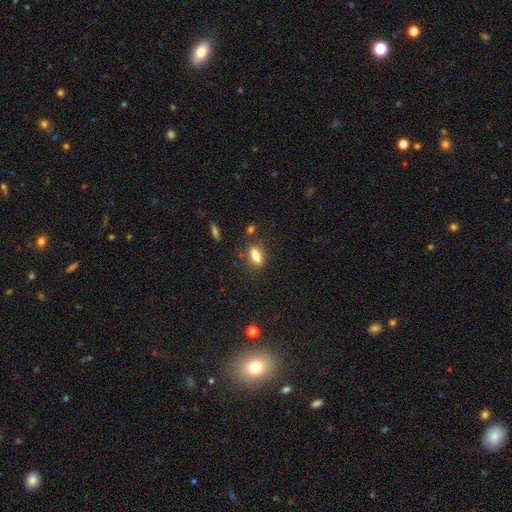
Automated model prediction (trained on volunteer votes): Smooth or featured? Predicted: smooth (p=0.80). How rounded? Predicted: in between (p=0.67). Merging? Predicted: none (p=0.77).